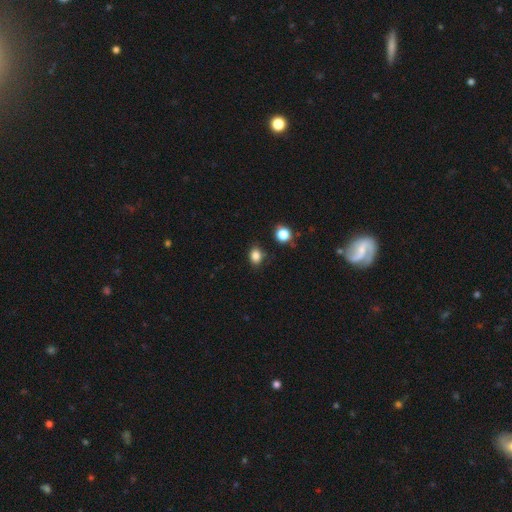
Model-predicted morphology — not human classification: Smooth or featured? Predicted: smooth (p=0.83). How rounded? Predicted: in between (p=0.60). Merging? Predicted: none (p=0.80).